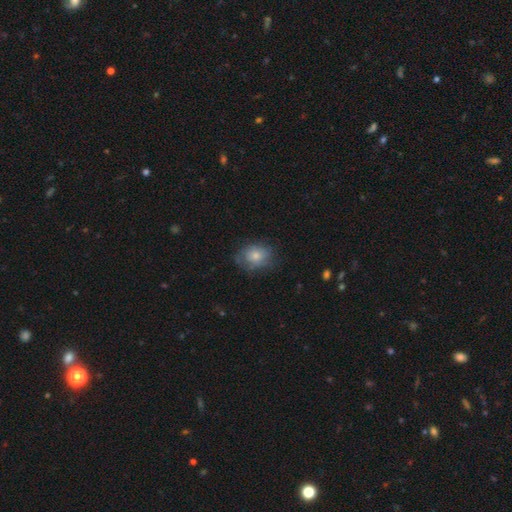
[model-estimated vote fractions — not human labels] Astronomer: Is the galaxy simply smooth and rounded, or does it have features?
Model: smooth — 75%.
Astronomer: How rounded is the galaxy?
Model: in between — 55% (runner-up: round, 44%).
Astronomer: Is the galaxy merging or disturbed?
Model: none — 67%.